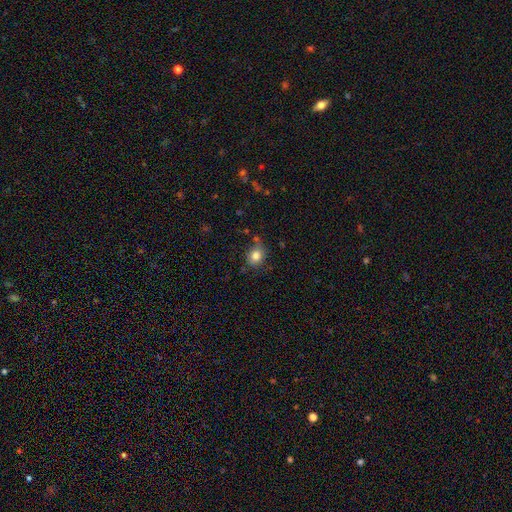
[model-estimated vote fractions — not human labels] A smooth galaxy with no disk features (83%) that is round (55%). Merging: none (71%).